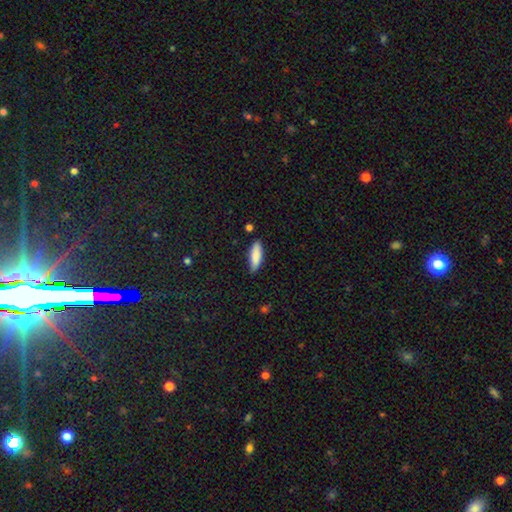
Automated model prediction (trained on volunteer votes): The model was most divided on "how rounded": in between: 54%, cigar-shaped: 44%, round: 2%. More confident: smooth or featured — smooth (86%); merging — none (81%).